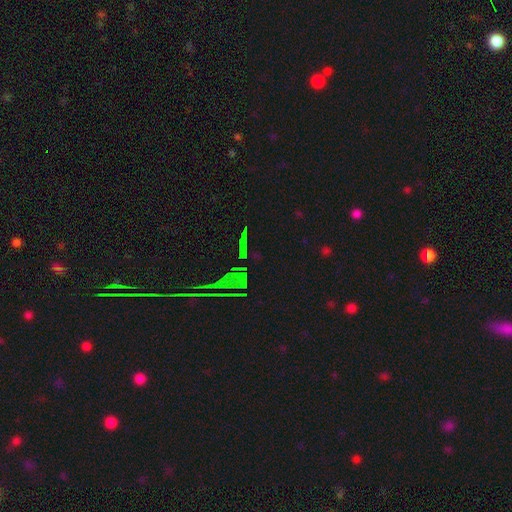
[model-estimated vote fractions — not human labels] star or artifact 71%, smooth 17%, featured or disk 12%.